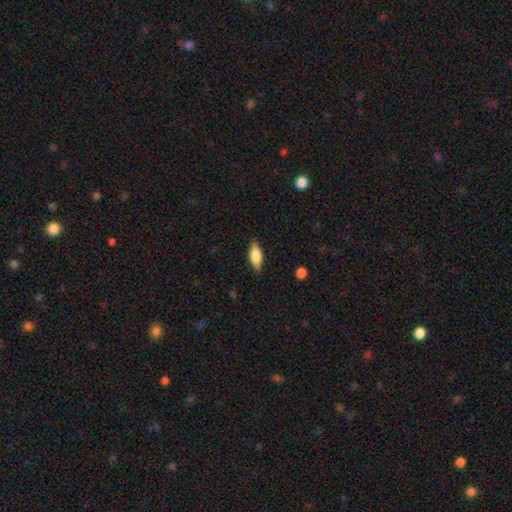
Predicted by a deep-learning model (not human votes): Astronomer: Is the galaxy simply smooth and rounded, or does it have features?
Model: smooth — 69%.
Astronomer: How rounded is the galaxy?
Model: in between — 70%.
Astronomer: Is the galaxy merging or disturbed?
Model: none — 86%.